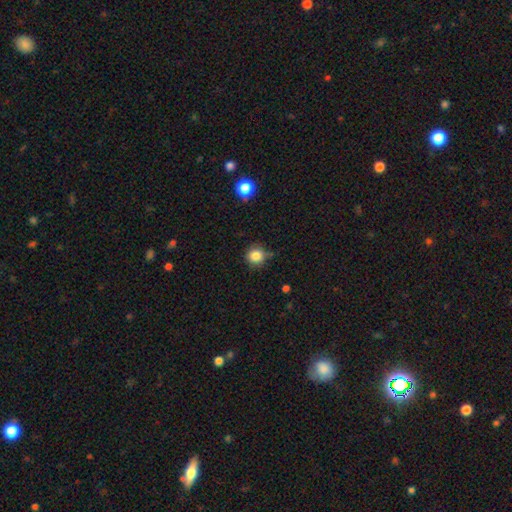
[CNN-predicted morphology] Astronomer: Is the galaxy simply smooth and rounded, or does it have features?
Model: smooth — 84%.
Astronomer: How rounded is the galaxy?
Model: round — 93%.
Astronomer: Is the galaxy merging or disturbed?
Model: none — 78%.